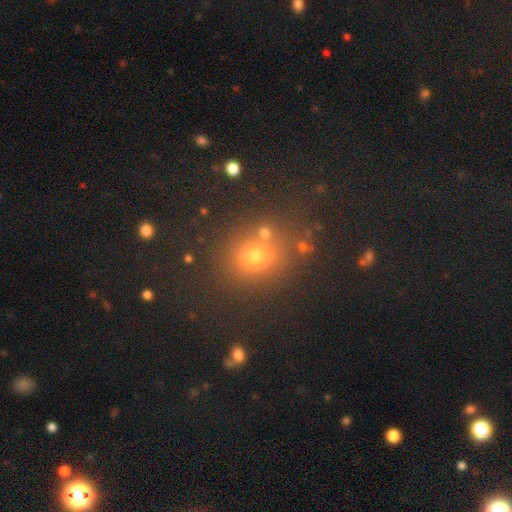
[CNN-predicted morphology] A smooth galaxy with no disk features (61%) that is round (68%). Merging: none (76%).